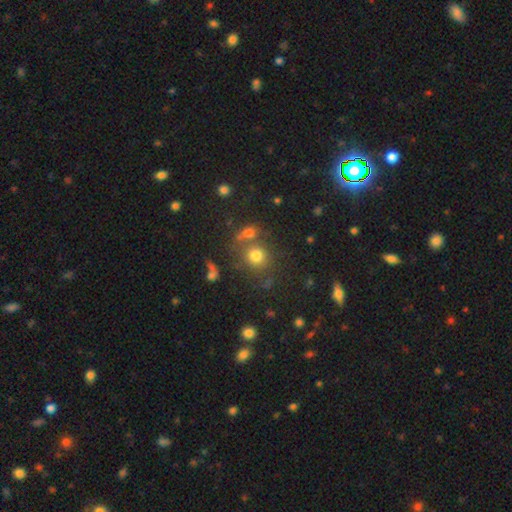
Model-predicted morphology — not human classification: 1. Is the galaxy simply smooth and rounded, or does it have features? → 73% smooth, 17% star or artifact, 10% featured or disk.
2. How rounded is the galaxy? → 88% round, 11% in between, 1% cigar-shaped.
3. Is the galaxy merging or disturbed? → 66% none, 18% merger, 10% minor disturbance, 5% major disturbance.